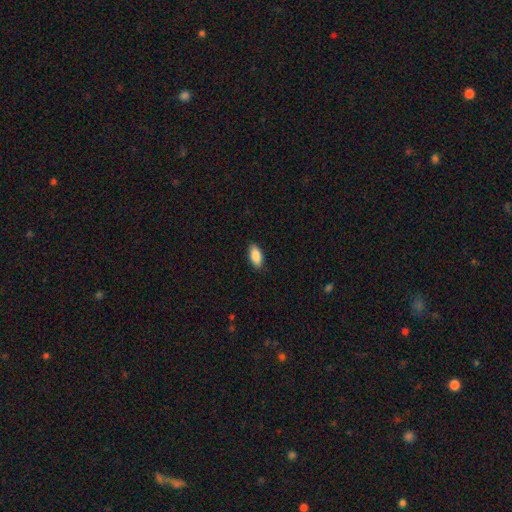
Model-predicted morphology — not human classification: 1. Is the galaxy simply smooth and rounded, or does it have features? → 88% smooth, 6% star or artifact, 5% featured or disk.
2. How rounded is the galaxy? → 90% in between, 7% cigar-shaped, 2% round.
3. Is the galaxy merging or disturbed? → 88% none, 9% minor disturbance, 2% major disturbance, 1% merger.